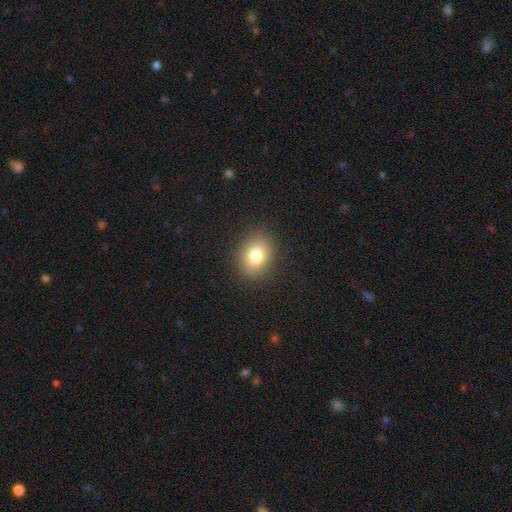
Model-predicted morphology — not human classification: Q: Smooth or featured?
A: smooth (78%); runner-up: star or artifact (11%)
Q: How rounded?
A: in between (60%); runner-up: round (39%)
Q: Merging?
A: none (89%); runner-up: minor disturbance (8%)